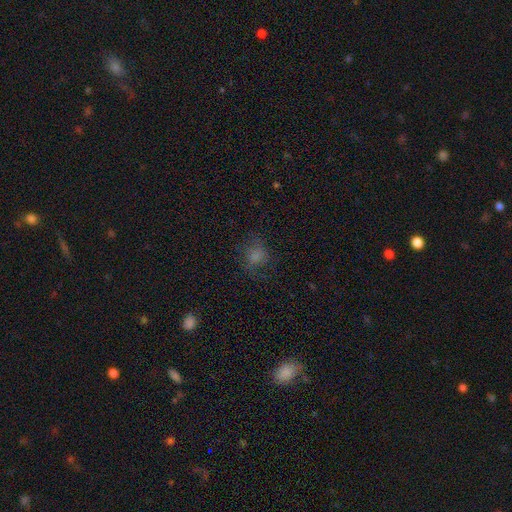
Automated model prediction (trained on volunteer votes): Smooth or featured: smooth — 70% (star or artifact — 18%)
How rounded: round — 69% (in between — 29%)
Merging: none — 64% (minor disturbance — 19%)